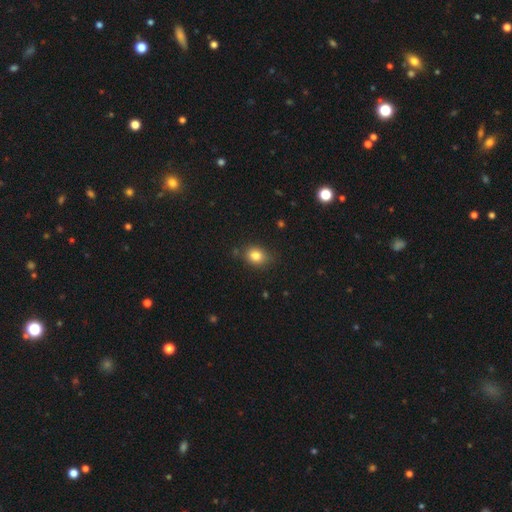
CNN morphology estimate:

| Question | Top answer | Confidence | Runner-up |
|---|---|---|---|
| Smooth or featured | smooth | 83% | star or artifact (11%) |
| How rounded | in between | 50% | round (49%) |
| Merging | none | 78% | minor disturbance (16%) |